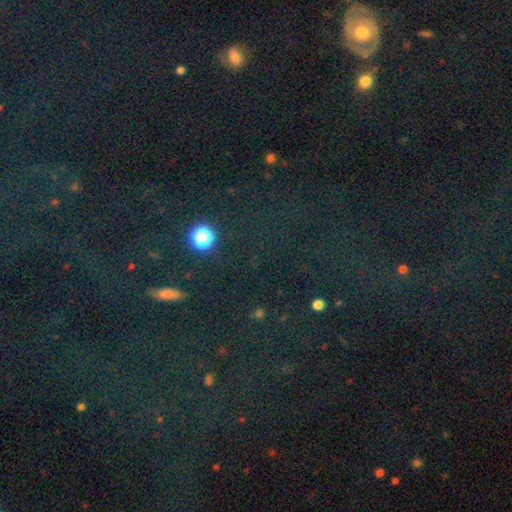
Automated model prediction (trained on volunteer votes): smooth_or_featured: star or artifact (p=0.70) [alt: smooth p=0.20]